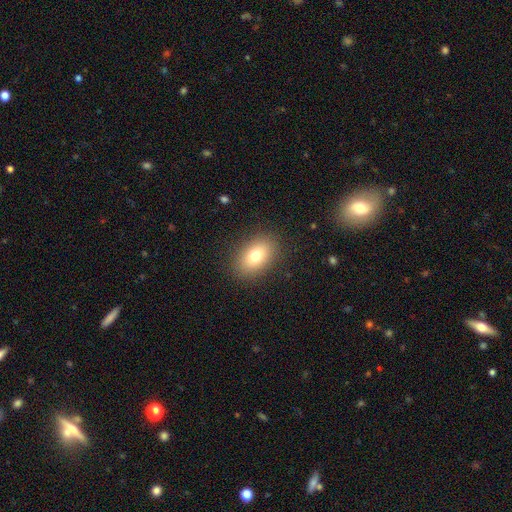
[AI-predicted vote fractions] smooth-or-featured: smooth: 76% | featured or disk: 14% | star or artifact: 10%
  how-rounded: in between: 85% | round: 14% | cigar-shaped: 2%
  merging: none: 87% | minor disturbance: 9% | major disturbance: 3% | merger: 1%